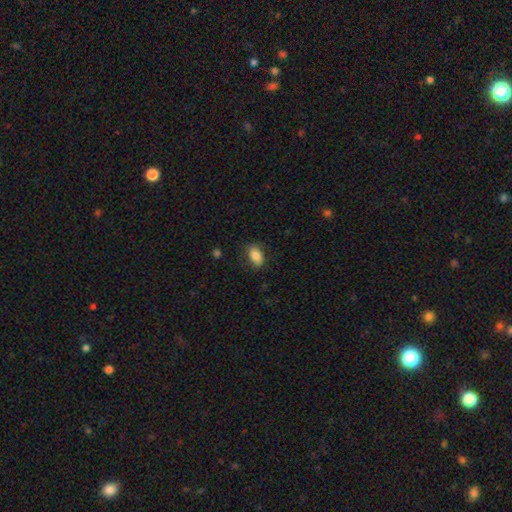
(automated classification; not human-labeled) Morphology: type=smooth (84%); roundness=in between (89%); merging=none (77%).